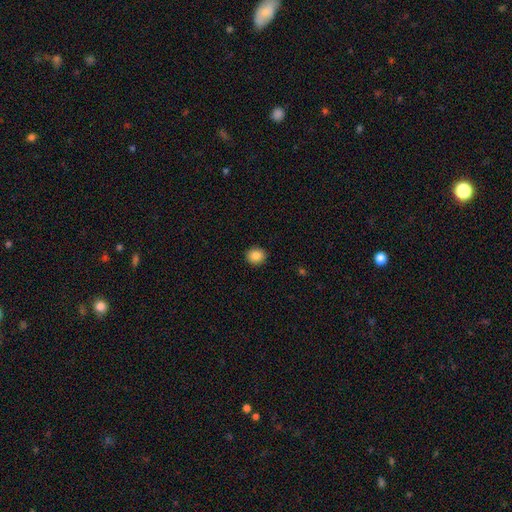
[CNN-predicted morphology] Smooth or featured?
  - smooth: 86% *
  - star or artifact: 9%
  - featured or disk: 4%
How rounded?
  - round: 85% *
  - in between: 14%
  - cigar-shaped: 1%
Merging?
  - none: 92% *
  - minor disturbance: 6%
  - major disturbance: 2%
  - merger: 1%